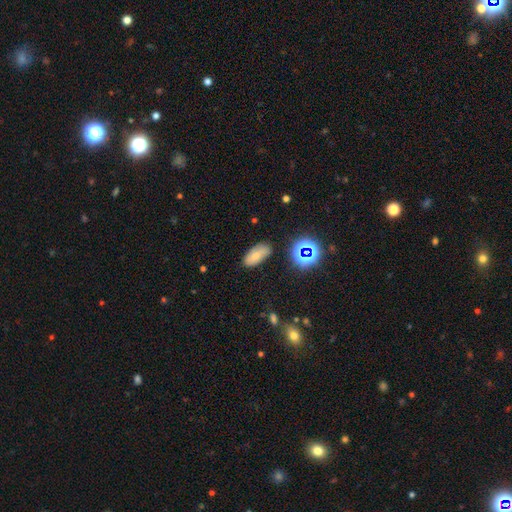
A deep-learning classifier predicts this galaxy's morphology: Q: Smooth or featured?
A: smooth (66%); runner-up: featured or disk (19%)
Q: How rounded?
A: in between (90%); runner-up: cigar-shaped (6%)
Q: Merging?
A: none (76%); runner-up: minor disturbance (17%)